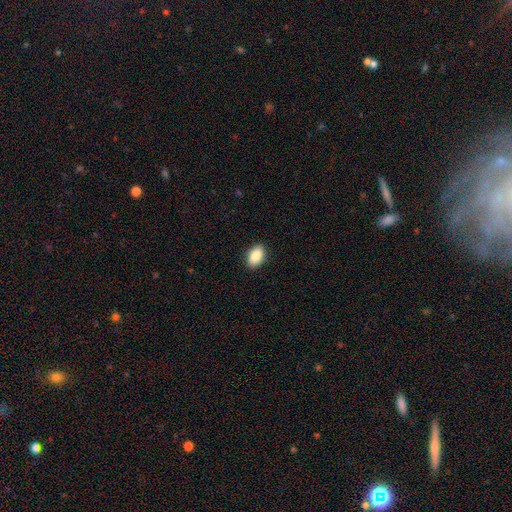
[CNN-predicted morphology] smooth 88%, star or artifact 7%, featured or disk 5%. Down the decision tree: how rounded — in between (91%); merging — none (89%).